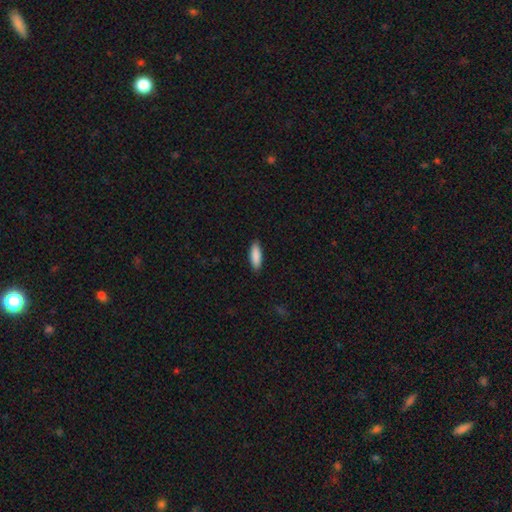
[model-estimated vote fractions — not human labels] A smooth galaxy with no disk features (89%) that is in between round and cigar-shaped (56%). Merging: none (89%).